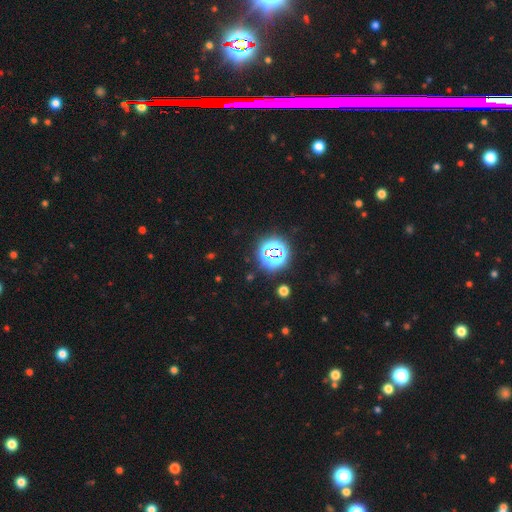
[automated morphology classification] This is likely a star or artifact rather than a galaxy (80%).